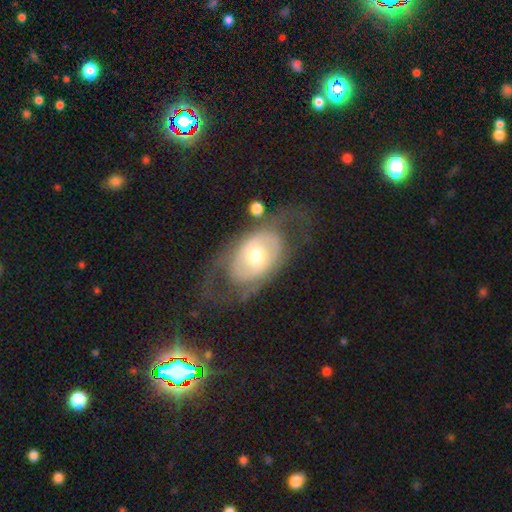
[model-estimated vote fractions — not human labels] Smooth or featured: featured or disk — 67% (smooth — 27%)
Edge-on disk: no — 91% (yes — 9%)
Bar: no — 77% (weak — 17%)
Spiral arms: no — 57% (yes — 43%)
Bulge size: moderate — 67% (small — 19%)
Merging: none — 59% (major disturbance — 20%)